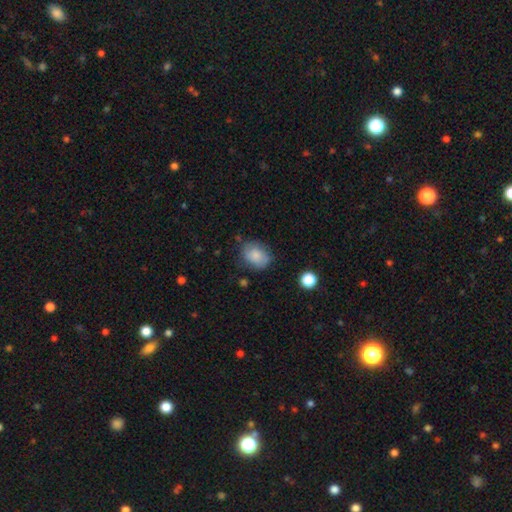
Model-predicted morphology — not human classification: Smooth or featured? smooth (77%)
How rounded? in between (59%)
Merging? none (67%)